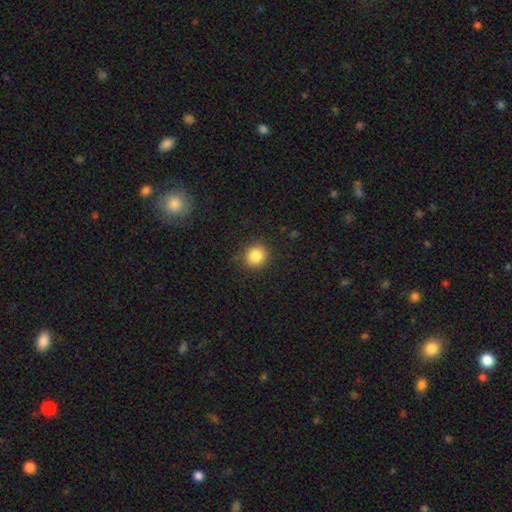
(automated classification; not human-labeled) Smooth or featured? Predicted: smooth (p=0.85). How rounded? Predicted: round (p=0.83). Merging? Predicted: none (p=0.89).